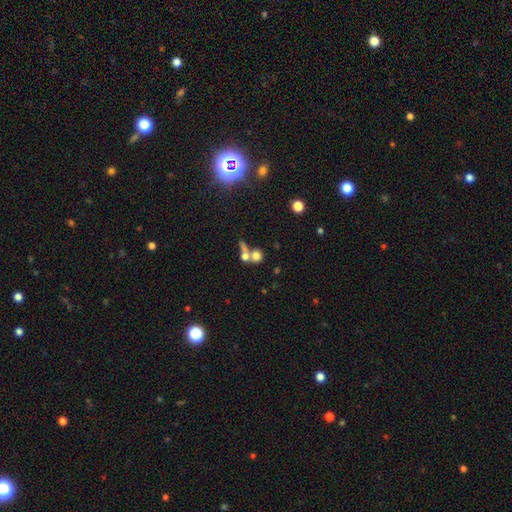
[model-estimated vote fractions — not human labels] Overall: smooth (69%). How rounded: round (74%). Merging: merger (50%; none 38%).